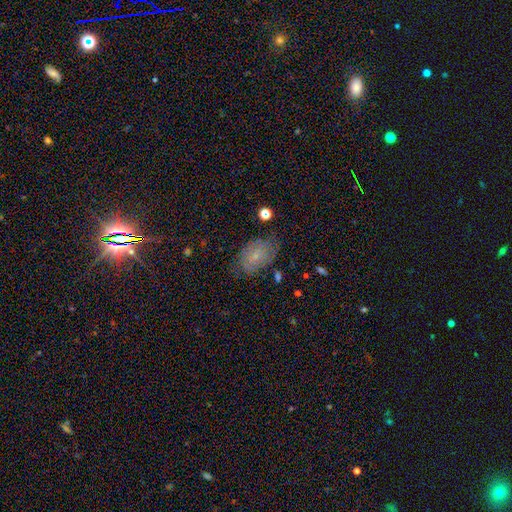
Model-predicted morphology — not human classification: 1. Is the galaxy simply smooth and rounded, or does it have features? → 59% smooth, 30% featured or disk, 11% star or artifact.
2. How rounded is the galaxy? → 88% in between, 11% round, 2% cigar-shaped.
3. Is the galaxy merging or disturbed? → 66% none, 24% minor disturbance, 8% major disturbance, 2% merger.